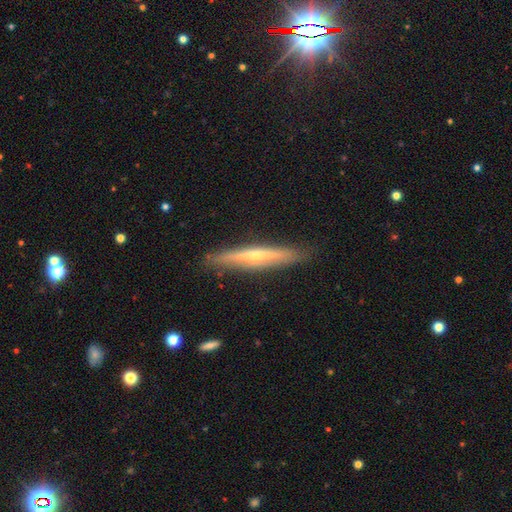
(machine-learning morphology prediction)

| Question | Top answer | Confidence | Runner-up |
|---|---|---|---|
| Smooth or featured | featured or disk | 68% | smooth (25%) |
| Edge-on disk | yes | 95% | no (5%) |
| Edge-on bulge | rounded | 72% | none (24%) |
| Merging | none | 88% | minor disturbance (9%) |